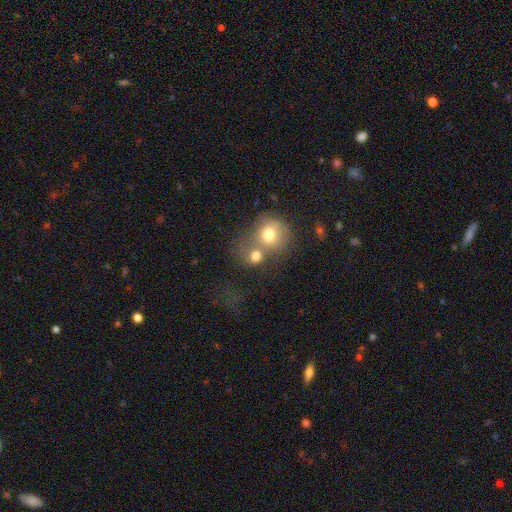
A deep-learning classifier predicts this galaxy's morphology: Smooth or featured?
  - smooth: 73% *
  - featured or disk: 15%
  - star or artifact: 12%
How rounded?
  - round: 75% *
  - in between: 24%
  - cigar-shaped: 1%
Merging?
  - merger: 59% *
  - none: 27%
  - minor disturbance: 7%
  - major disturbance: 7%